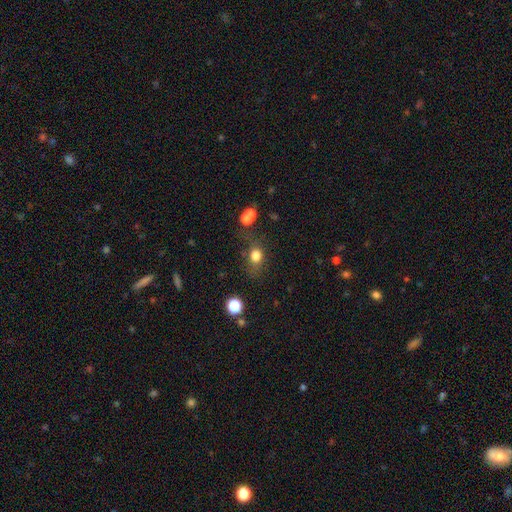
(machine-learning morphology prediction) A smooth galaxy with no disk features (79%) that is round (54%).

Vote fractions:
- Smooth or featured? smooth: 79% / star or artifact: 14% / featured or disk: 8%
- How rounded? round: 54% / in between: 44% / cigar-shaped: 2%
- Merging? none: 61% / minor disturbance: 20% / major disturbance: 11% / merger: 8%